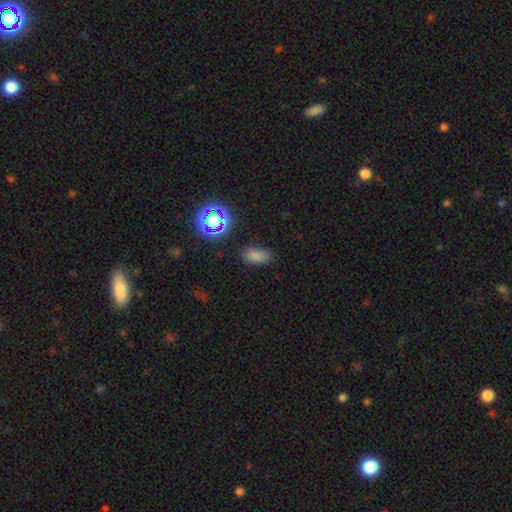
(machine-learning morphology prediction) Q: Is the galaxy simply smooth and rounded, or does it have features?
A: smooth — 74%.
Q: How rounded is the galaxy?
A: in between — 90%.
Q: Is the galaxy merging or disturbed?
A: none — 82%.